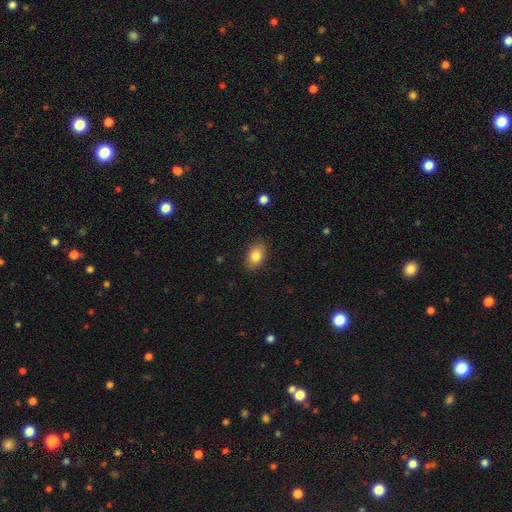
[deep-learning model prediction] The model was most divided on "how rounded": in between: 85%, round: 13%, cigar-shaped: 1%. More confident: merging — none (87%); smooth or featured — smooth (83%).